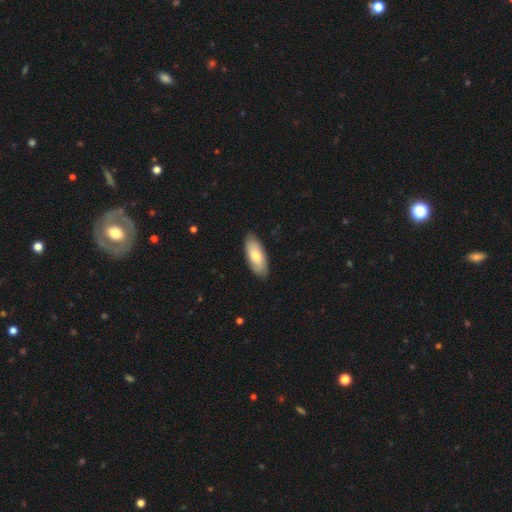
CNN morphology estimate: The model was most divided on "smooth or featured": smooth: 74%, featured or disk: 20%, star or artifact: 5%. More confident: merging — none (86%); how rounded — in between (82%).